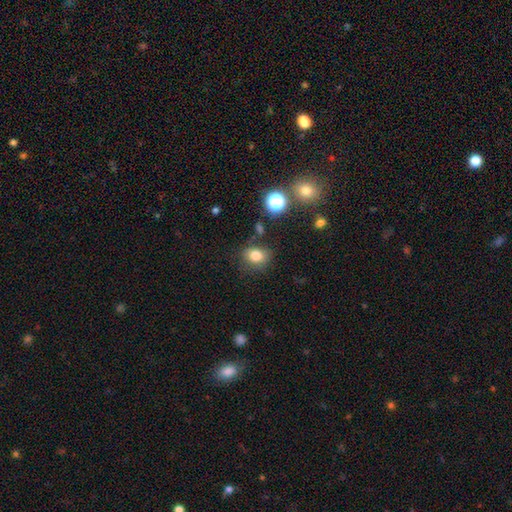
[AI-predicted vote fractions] A smooth galaxy with no disk features (79%) that is round (52%).

Vote fractions:
- Smooth or featured? smooth: 79% / star or artifact: 13% / featured or disk: 8%
- How rounded? round: 52% / in between: 47% / cigar-shaped: 1%
- Merging? none: 78% / minor disturbance: 14% / merger: 4% / major disturbance: 4%